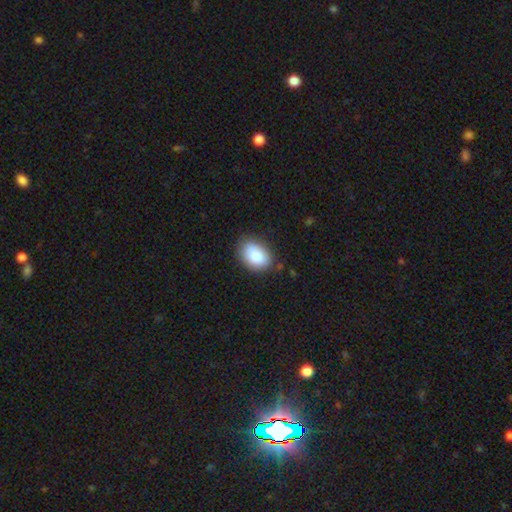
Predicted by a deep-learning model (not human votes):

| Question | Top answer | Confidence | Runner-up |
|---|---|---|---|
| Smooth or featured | smooth | 86% | featured or disk (7%) |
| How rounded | in between | 84% | round (15%) |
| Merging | none | 77% | minor disturbance (17%) |